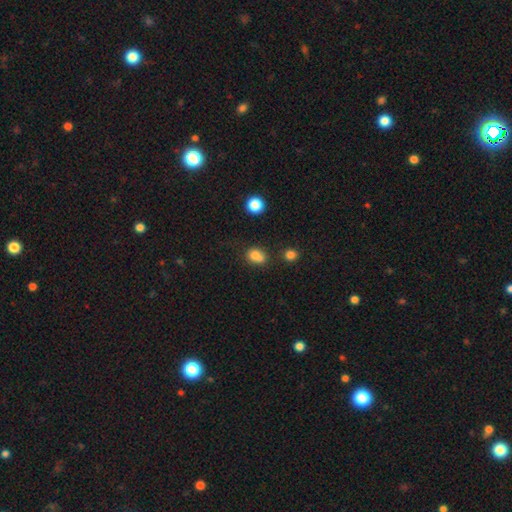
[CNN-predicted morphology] Smooth or featured? Predicted: smooth (p=0.78). How rounded? Predicted: in between (p=0.50). Merging? Predicted: none (p=0.44).